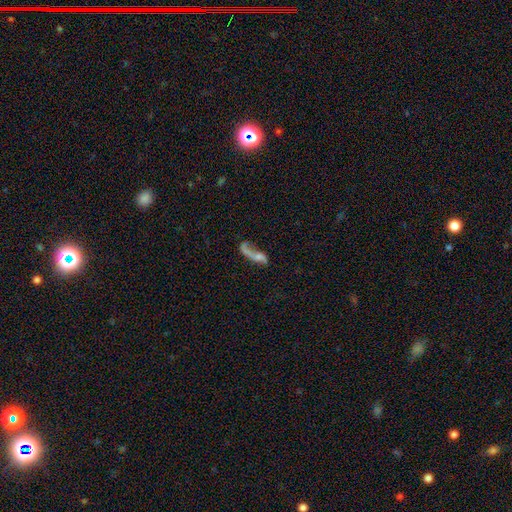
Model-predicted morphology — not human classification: This appears to be a featured or disk galaxy (58%) with no bar (70%), spiral arms (67%) and no central bulge (39%). Merging: major disturbance (39%).